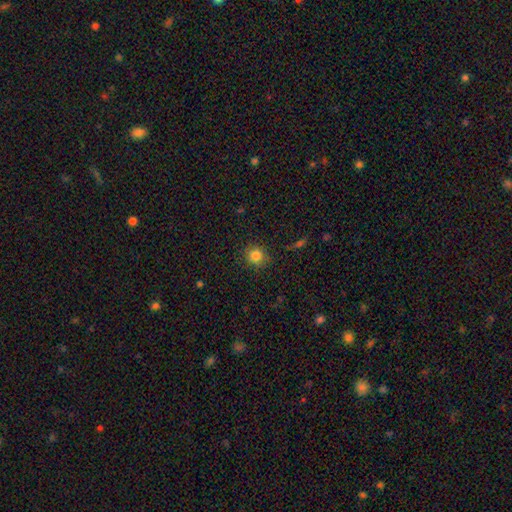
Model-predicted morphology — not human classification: Smooth or featured? smooth (83%)
How rounded? round (90%)
Merging? none (88%)